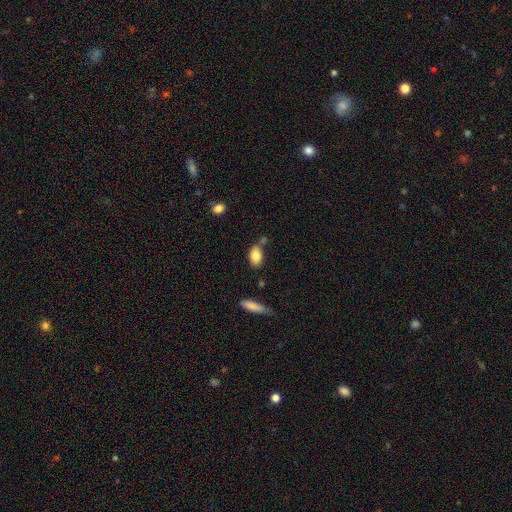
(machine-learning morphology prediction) This is clearly a smooth galaxy (82%). How rounded: clearly in between (88%). Merging: likely none (68%).